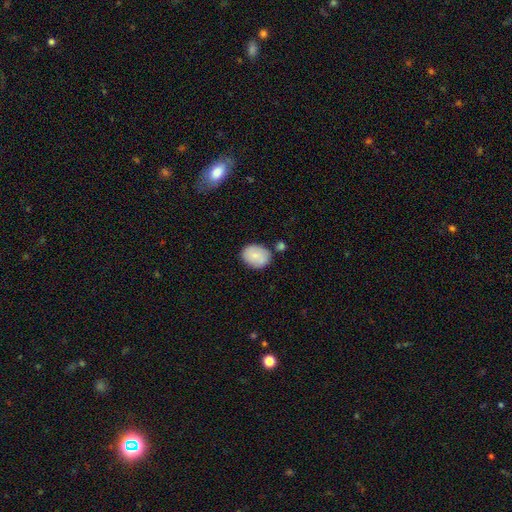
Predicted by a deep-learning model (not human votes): This is clearly a smooth galaxy (82%). How rounded: possibly in between (57%). Merging: likely none (73%).